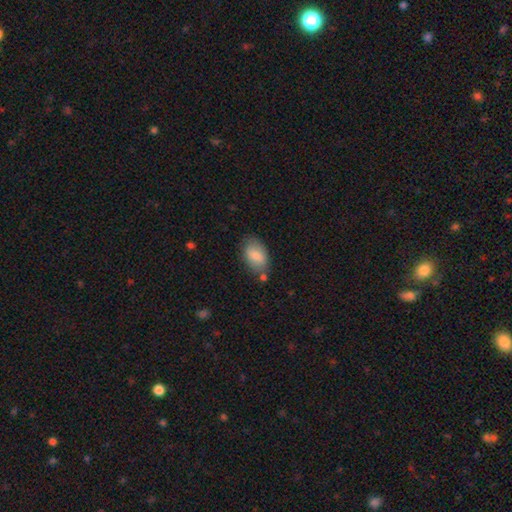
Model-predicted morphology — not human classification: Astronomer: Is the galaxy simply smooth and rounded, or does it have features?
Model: smooth — 82%.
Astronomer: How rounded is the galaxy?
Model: in between — 91%.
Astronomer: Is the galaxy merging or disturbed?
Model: none — 73%.